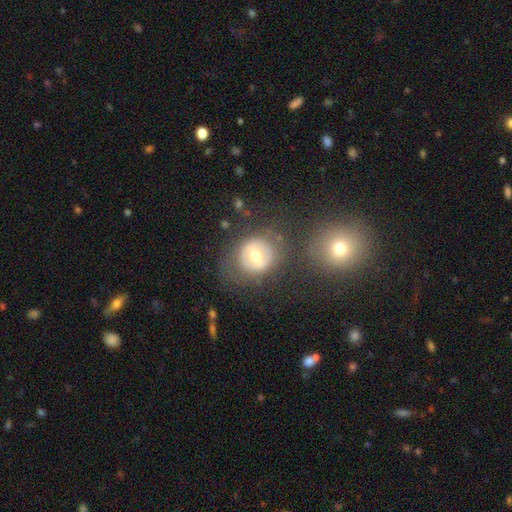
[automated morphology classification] smooth-or-featured: featured or disk: 50% | smooth: 42% | star or artifact: 8%
  disk-edge-on: no: 94% | yes: 6%
  merging: none: 65% | minor disturbance: 16% | major disturbance: 12% | merger: 7%